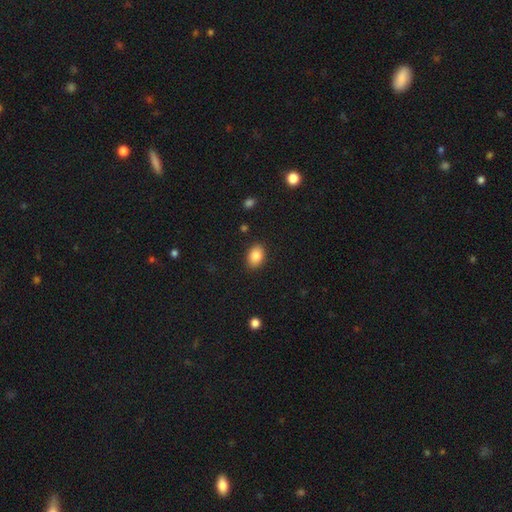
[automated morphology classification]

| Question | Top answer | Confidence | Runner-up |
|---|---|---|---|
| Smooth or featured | smooth | 85% | star or artifact (8%) |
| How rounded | in between | 81% | round (18%) |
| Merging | none | 88% | minor disturbance (9%) |